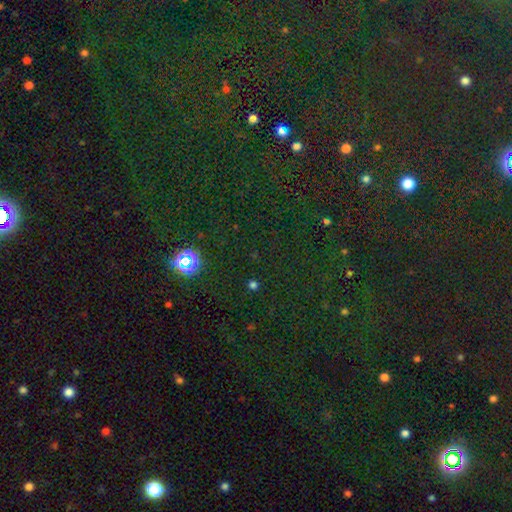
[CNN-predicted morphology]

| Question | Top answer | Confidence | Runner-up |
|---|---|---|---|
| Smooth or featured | star or artifact | 64% | smooth (29%) |